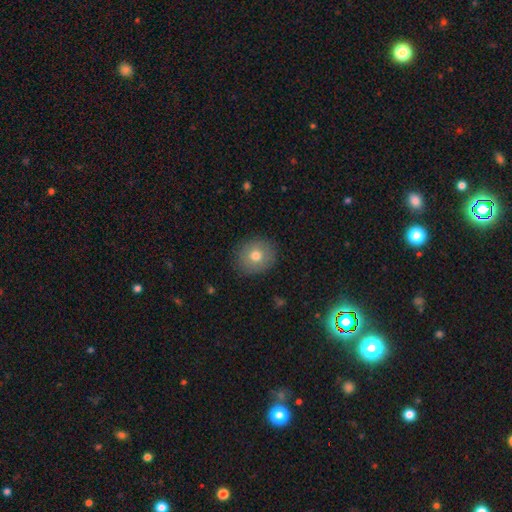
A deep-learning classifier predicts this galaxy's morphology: smooth_or_featured: smooth (p=0.76) [alt: featured or disk p=0.14]
how_rounded: round (p=0.82) [alt: in between p=0.17]
merging: none (p=0.88) [alt: minor disturbance p=0.08]